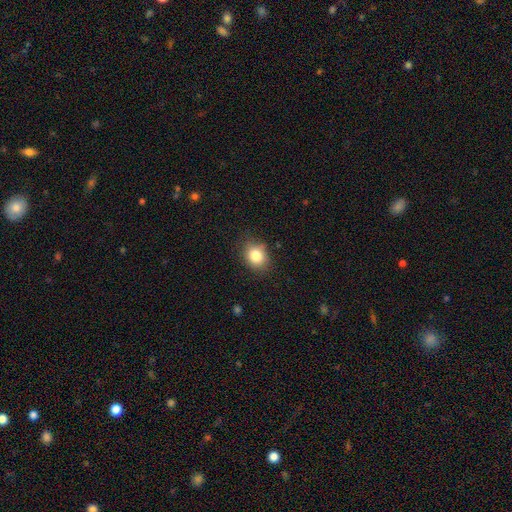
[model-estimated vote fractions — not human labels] smooth-or-featured: smooth: 82% | star or artifact: 11% | featured or disk: 7%
  how-rounded: round: 56% | in between: 43% | cigar-shaped: 1%
  merging: none: 81% | minor disturbance: 15% | major disturbance: 3% | merger: 1%